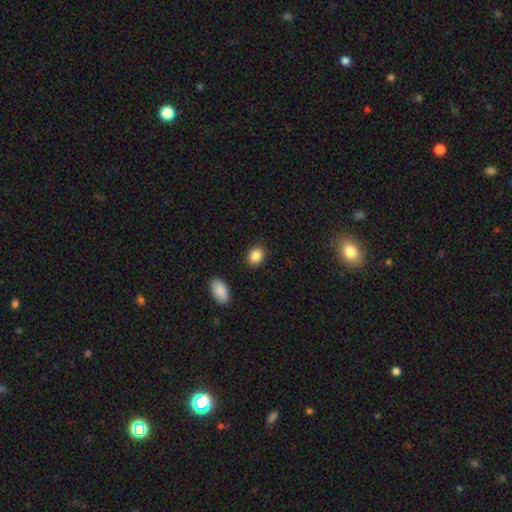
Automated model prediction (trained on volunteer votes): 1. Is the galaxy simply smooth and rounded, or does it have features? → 88% smooth, 8% star or artifact, 4% featured or disk.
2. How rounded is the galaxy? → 58% in between, 41% round, 1% cigar-shaped.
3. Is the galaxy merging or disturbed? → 87% none, 8% minor disturbance, 2% major disturbance, 2% merger.